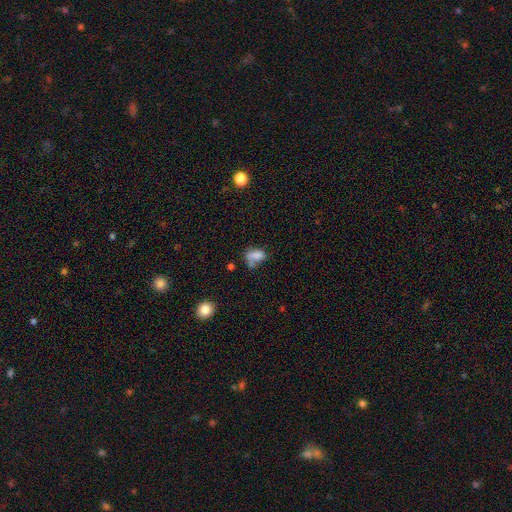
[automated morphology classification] Smooth or featured: smooth — 70% (featured or disk — 18%)
How rounded: in between — 83% (round — 13%)
Merging: none — 29% (merger — 26%)